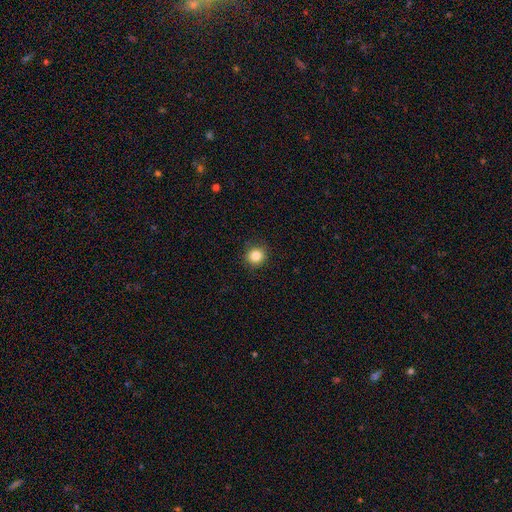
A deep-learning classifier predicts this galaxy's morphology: Overall: smooth (84%). How rounded: round (91%). Merging: none (89%).